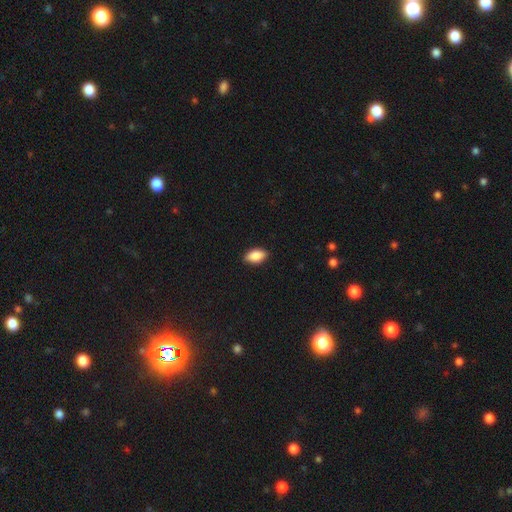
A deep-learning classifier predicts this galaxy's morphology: Smooth or featured? smooth (87%)
How rounded? in between (92%)
Merging? none (89%)